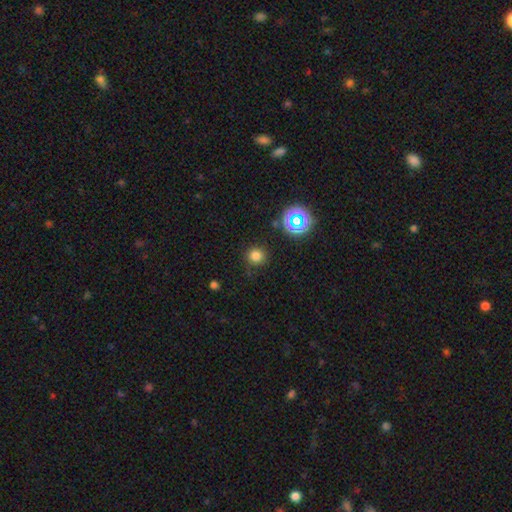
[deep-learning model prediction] Smooth or featured: smooth — 77% (star or artifact — 18%)
How rounded: round — 92% (in between — 7%)
Merging: none — 87% (minor disturbance — 8%)